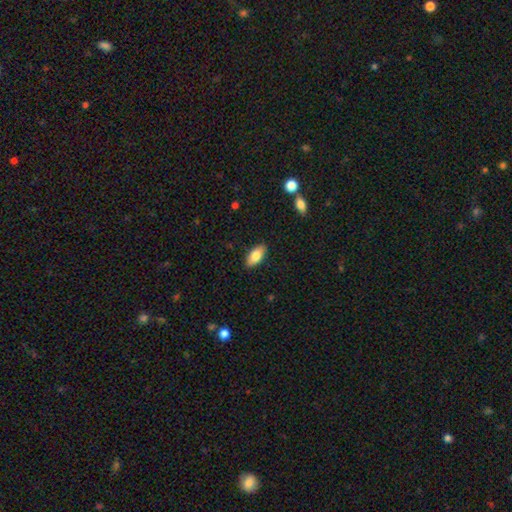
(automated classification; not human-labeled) The model was most divided on "smooth or featured": smooth: 80%, featured or disk: 14%, star or artifact: 6%. More confident: how rounded — in between (90%); merging — none (88%).